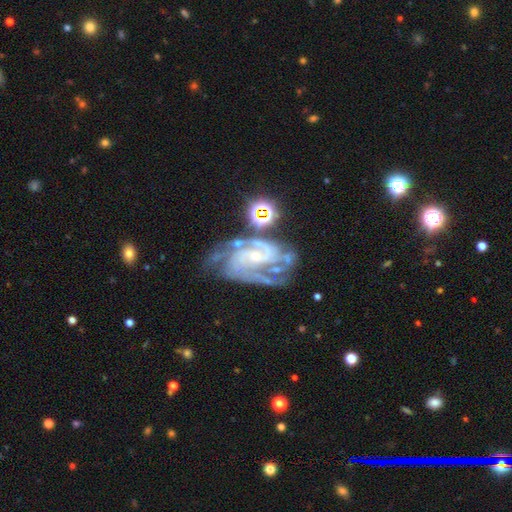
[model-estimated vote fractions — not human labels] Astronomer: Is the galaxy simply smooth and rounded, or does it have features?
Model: featured or disk — 90%.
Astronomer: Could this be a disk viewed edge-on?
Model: no — 97%.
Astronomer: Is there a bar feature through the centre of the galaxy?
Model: no — 54% (runner-up: weak, 32%).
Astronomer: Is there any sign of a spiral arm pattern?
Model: yes — 98%.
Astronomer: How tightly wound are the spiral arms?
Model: tight — 53% (runner-up: medium, 41%).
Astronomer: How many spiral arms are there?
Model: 2 — 34% (runner-up: 3, 30%).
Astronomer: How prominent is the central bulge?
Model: small — 79%.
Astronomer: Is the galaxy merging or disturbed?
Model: none — 56%.